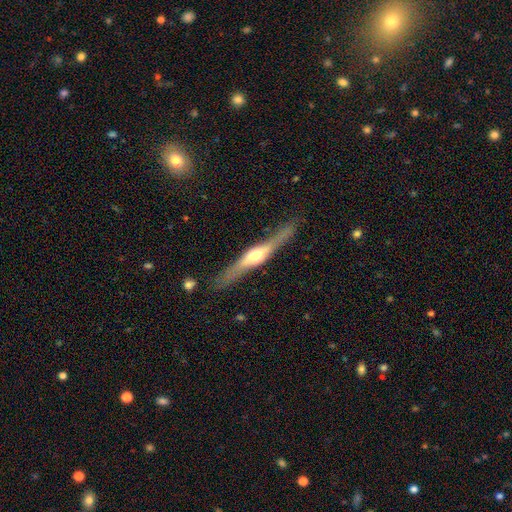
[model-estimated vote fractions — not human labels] Smooth or featured? Predicted: featured or disk (p=0.74). Edge-on disk? Predicted: yes (p=0.96). Edge-on bulge? Predicted: rounded (p=0.87). Merging? Predicted: none (p=0.84).